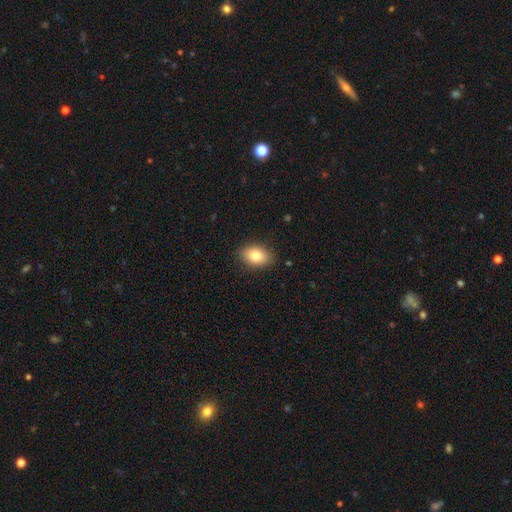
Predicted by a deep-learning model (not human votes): smooth-or-featured: smooth: 81% | featured or disk: 11% | star or artifact: 8%
  how-rounded: in between: 83% | round: 15% | cigar-shaped: 2%
  merging: none: 86% | minor disturbance: 10% | major disturbance: 2% | merger: 1%